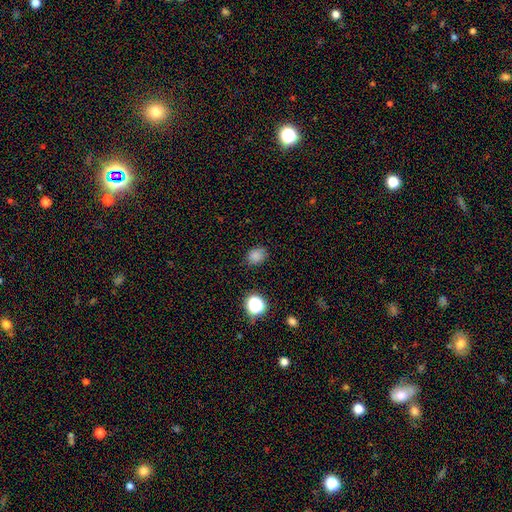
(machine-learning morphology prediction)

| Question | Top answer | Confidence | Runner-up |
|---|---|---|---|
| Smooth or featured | smooth | 80% | star or artifact (15%) |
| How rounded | round | 52% | in between (47%) |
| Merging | none | 80% | minor disturbance (15%) |